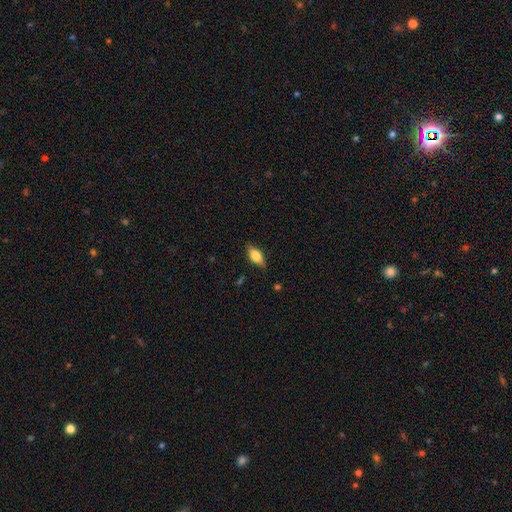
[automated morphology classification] smooth_or_featured: smooth (p=0.72) [alt: featured or disk p=0.21]
how_rounded: in between (p=0.83) [alt: cigar-shaped p=0.13]
merging: none (p=0.80) [alt: minor disturbance p=0.15]